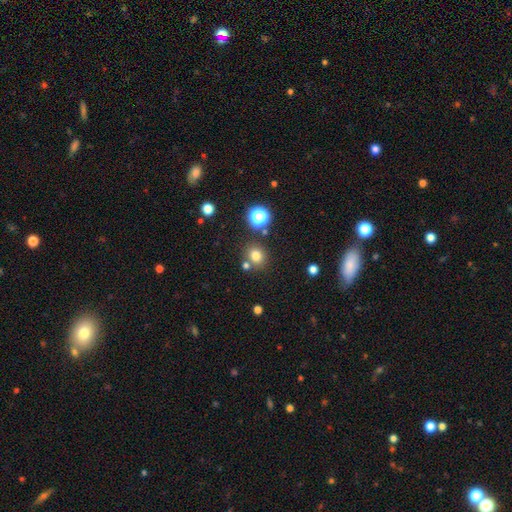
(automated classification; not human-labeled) smooth 76%, star or artifact 17%, featured or disk 7%. Down the decision tree: how rounded — round (81%); merging — none (75%).